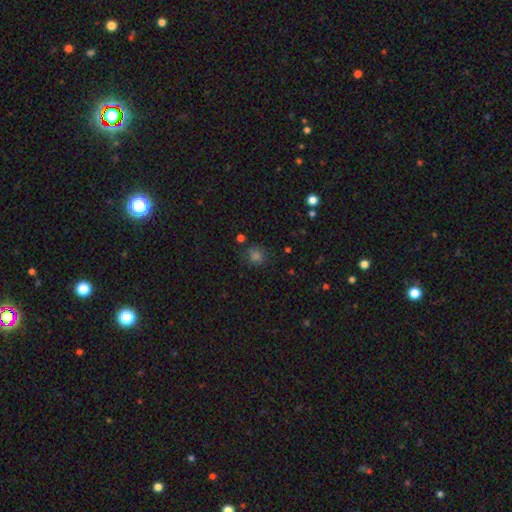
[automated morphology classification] smooth-or-featured: smooth: 71% | star or artifact: 23% | featured or disk: 5%
  how-rounded: round: 82% | in between: 17% | cigar-shaped: 1%
  merging: none: 82% | minor disturbance: 12% | major disturbance: 3% | merger: 3%